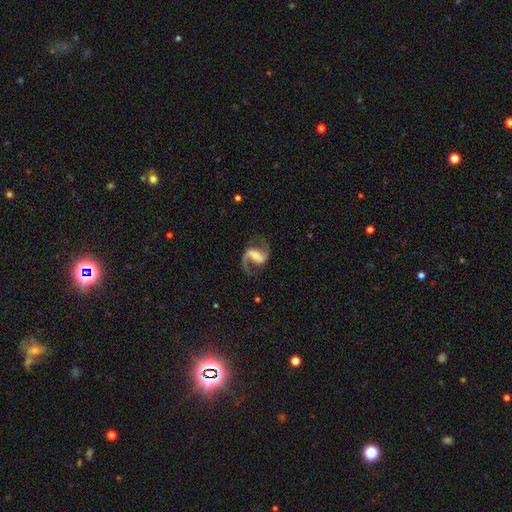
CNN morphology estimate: This is clearly a featured or disk galaxy (90%). It is clearly not viewed edge-on (98%). Bar: possibly strong (50%). Spiral arm pattern: clearly yes (97%). Spiral arm count: clearly 2 (92%). Spiral winding: possibly medium (54%). Central bulge: marginally small (40%). Merging: likely none (77%).